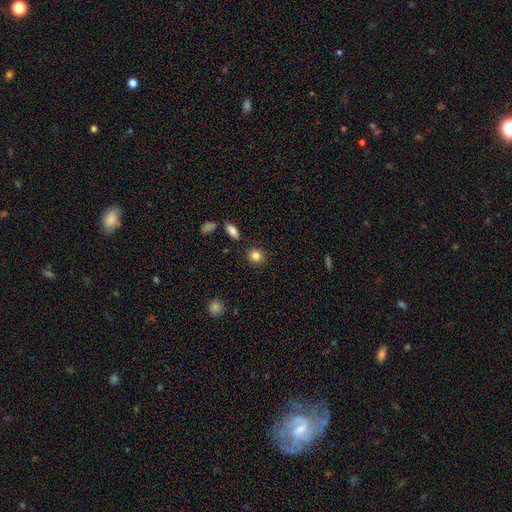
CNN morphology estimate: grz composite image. It shows a smooth galaxy with no disk features (85%) that is round (83%). Merging: none (88%).